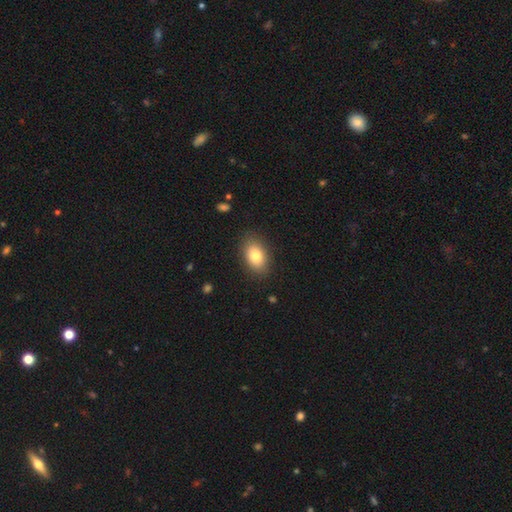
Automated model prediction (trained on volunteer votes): smooth-or-featured: smooth: 80% | featured or disk: 12% | star or artifact: 9%
  how-rounded: in between: 84% | round: 14% | cigar-shaped: 1%
  merging: none: 87% | minor disturbance: 10% | major disturbance: 3% | merger: 1%